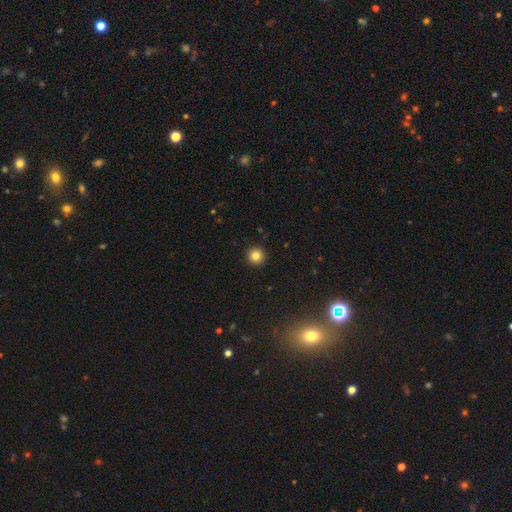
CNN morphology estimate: This appears to be a smooth galaxy with no disk features (83%) that is round (96%). Merging: none (93%).